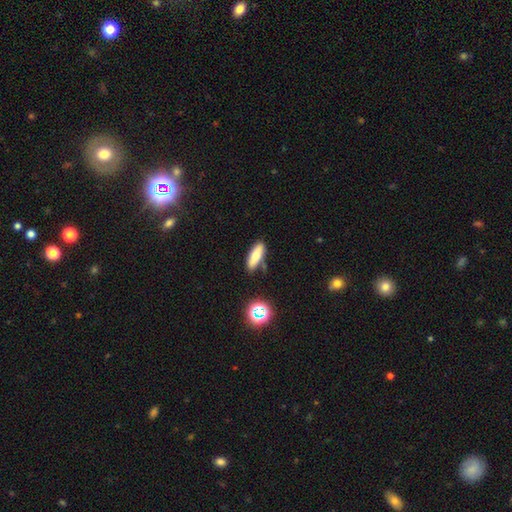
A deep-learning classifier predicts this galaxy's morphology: Smooth or featured? Predicted: smooth (p=0.72). How rounded? Predicted: in between (p=0.56). Merging? Predicted: none (p=0.78).